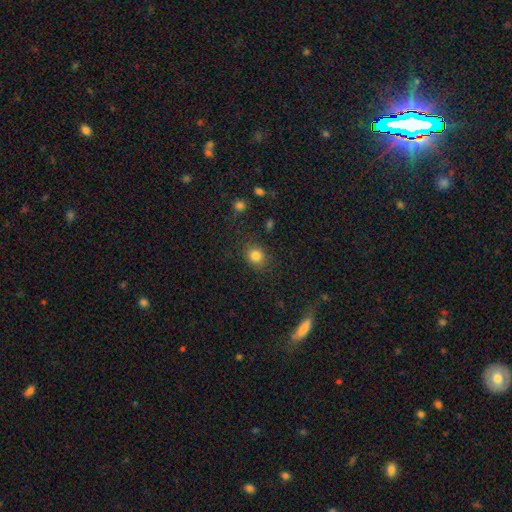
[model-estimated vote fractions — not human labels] Smooth or featured? smooth (83%)
How rounded? round (70%)
Merging? none (84%)